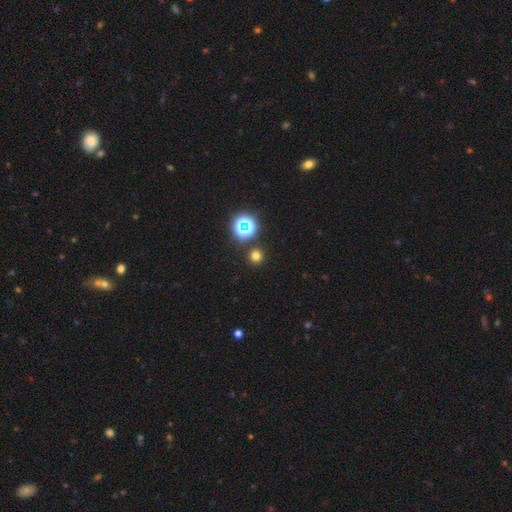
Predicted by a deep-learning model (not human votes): Smooth or featured: smooth — 70% (star or artifact — 24%)
How rounded: round — 93% (in between — 6%)
Merging: none — 90% (minor disturbance — 5%)